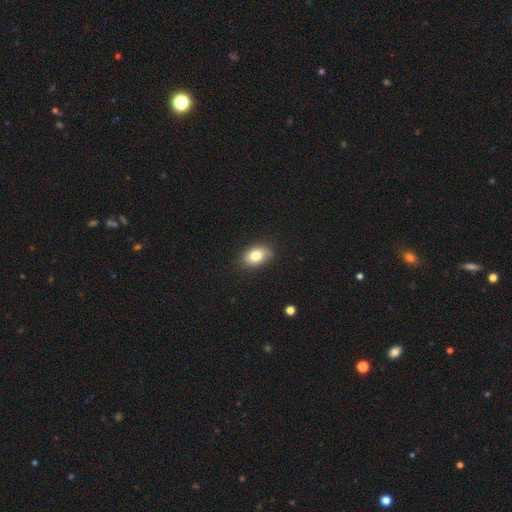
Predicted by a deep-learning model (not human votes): This is clearly a smooth galaxy (80%). How rounded: clearly in between (80%). Merging: clearly none (81%).